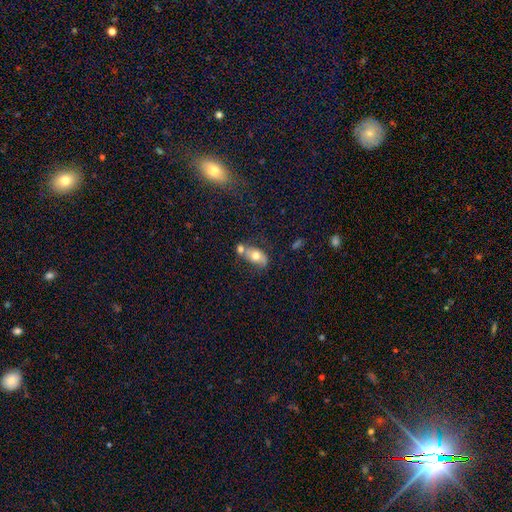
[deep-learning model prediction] This appears to be a smooth galaxy with no disk features (59%) that is in between round and cigar-shaped (85%). Merging: none (38%).